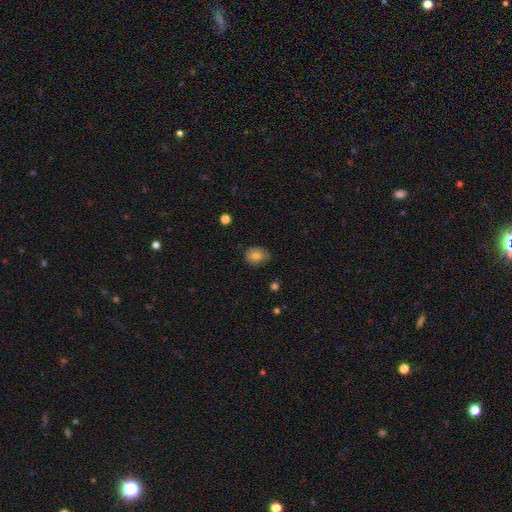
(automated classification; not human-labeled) This is likely a smooth galaxy (78%). How rounded: likely in between (62%). Merging: likely none (74%).